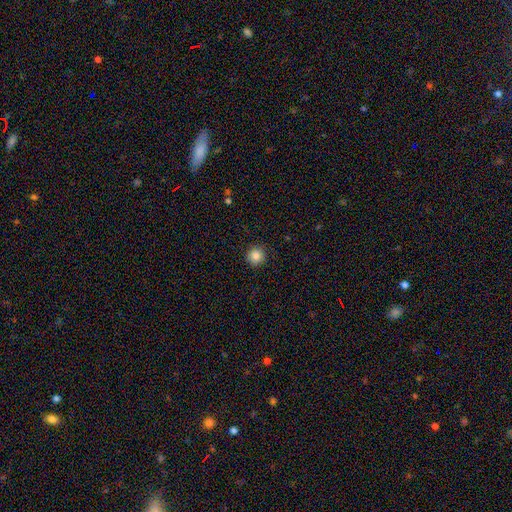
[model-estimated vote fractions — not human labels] Overall: smooth (85%). How rounded: round (95%). Merging: none (92%).